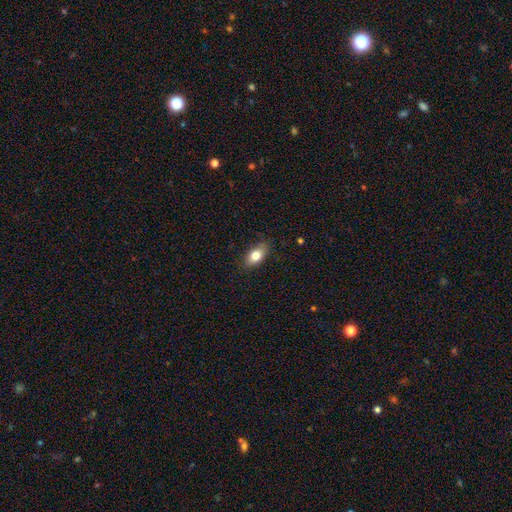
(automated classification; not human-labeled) Smooth or featured?
  - smooth: 79% *
  - featured or disk: 13%
  - star or artifact: 8%
How rounded?
  - in between: 88% *
  - round: 8%
  - cigar-shaped: 4%
Merging?
  - none: 82% *
  - minor disturbance: 14%
  - major disturbance: 3%
  - merger: 1%